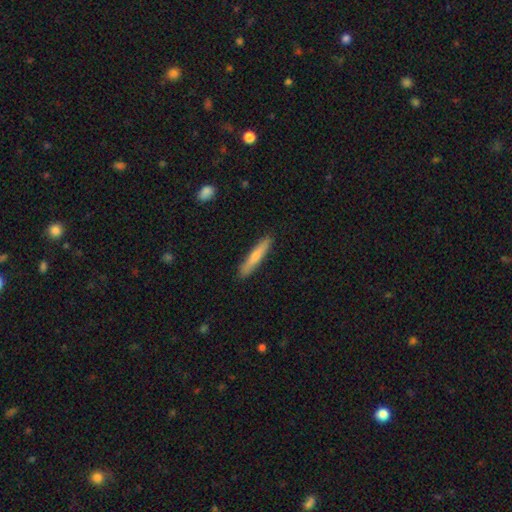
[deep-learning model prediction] Q: Smooth or featured?
A: smooth (65%); runner-up: featured or disk (30%)
Q: How rounded?
A: cigar-shaped (92%); runner-up: in between (7%)
Q: Merging?
A: none (90%); runner-up: minor disturbance (8%)